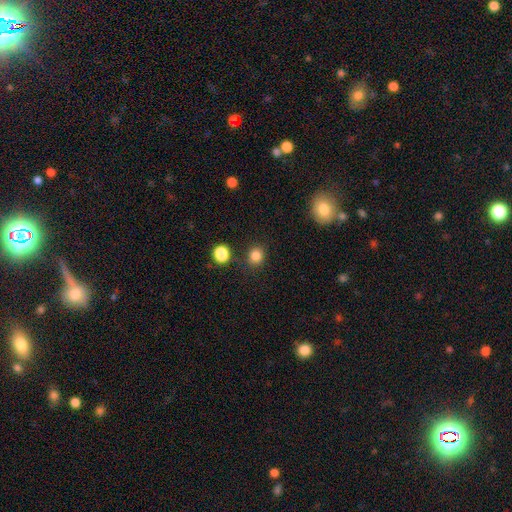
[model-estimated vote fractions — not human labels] This appears to be a smooth galaxy with no disk features (84%) that is round (84%). Merging: none (85%).